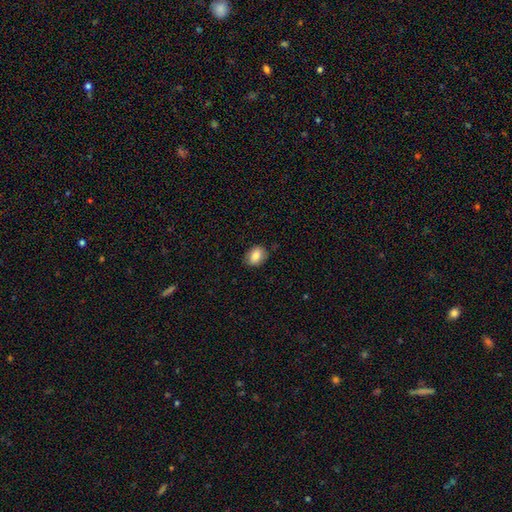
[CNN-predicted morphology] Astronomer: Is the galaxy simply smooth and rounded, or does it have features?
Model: smooth — 84%.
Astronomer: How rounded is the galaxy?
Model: in between — 72%.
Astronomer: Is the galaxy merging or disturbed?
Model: none — 82%.